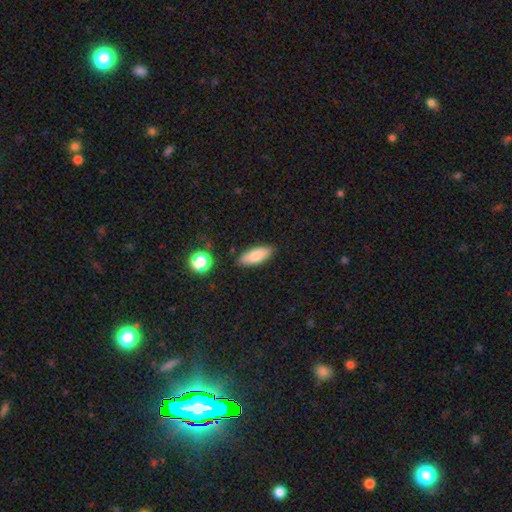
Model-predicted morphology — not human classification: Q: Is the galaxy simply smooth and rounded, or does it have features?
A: smooth — 82%.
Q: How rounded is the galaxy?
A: in between — 75%.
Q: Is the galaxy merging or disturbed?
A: none — 84%.